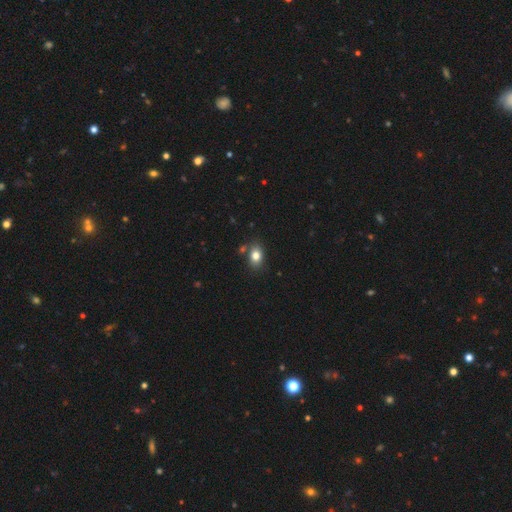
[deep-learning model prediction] Morphology: type=smooth (81%); roundness=in between (71%); merging=none (76%).